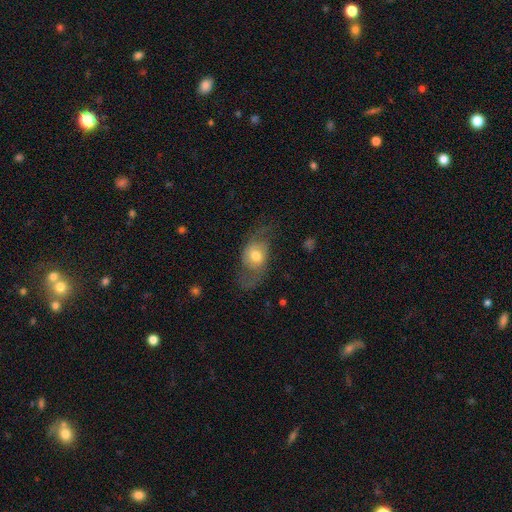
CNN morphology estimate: A featured or disk galaxy (48%).

Vote fractions:
- Smooth or featured? featured or disk: 48% / smooth: 44% / star or artifact: 8%
- Merging? none: 49% / major disturbance: 26% / minor disturbance: 23% / merger: 2%